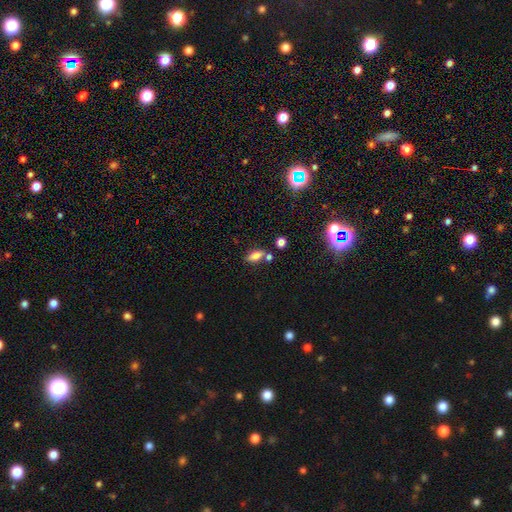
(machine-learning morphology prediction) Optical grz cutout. It shows a smooth galaxy with no disk features (71%) that is in between round and cigar-shaped (77%). Merging: none (67%).